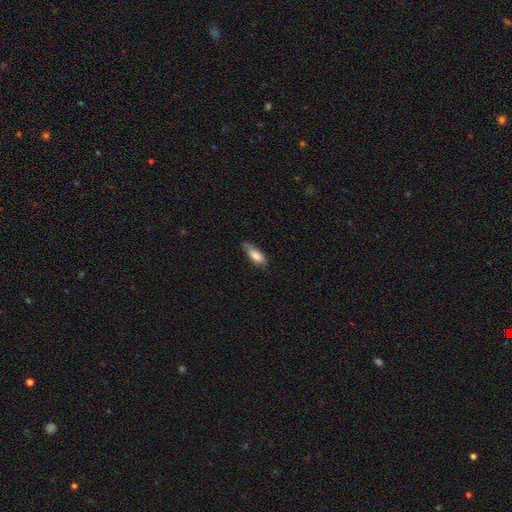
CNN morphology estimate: Smooth or featured?
  - smooth: 79% *
  - featured or disk: 15%
  - star or artifact: 6%
How rounded?
  - in between: 63% *
  - cigar-shaped: 35%
  - round: 2%
Merging?
  - none: 61% *
  - minor disturbance: 31%
  - major disturbance: 6%
  - merger: 2%